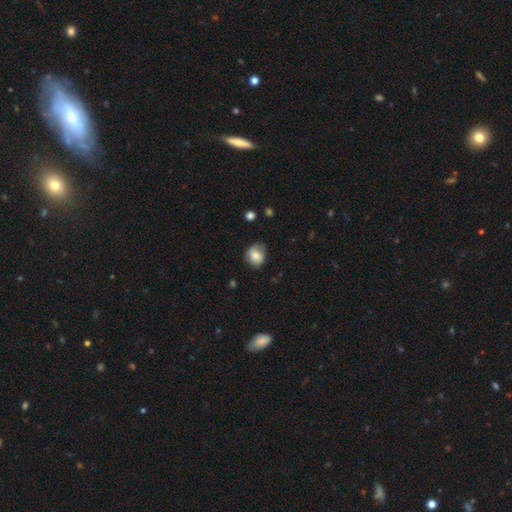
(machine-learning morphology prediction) This appears to be a smooth galaxy with no disk features (72%) that is round (74%). Merging: none (66%).